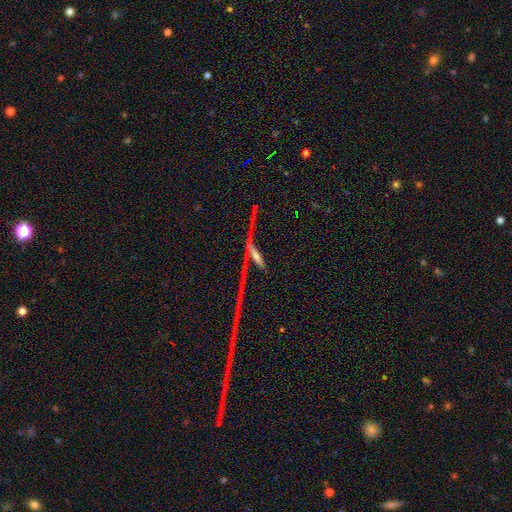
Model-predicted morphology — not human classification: Smooth or featured? Predicted: featured or disk (p=0.66). Edge-on disk? Predicted: yes (p=0.63). Merging? Predicted: none (p=0.40).